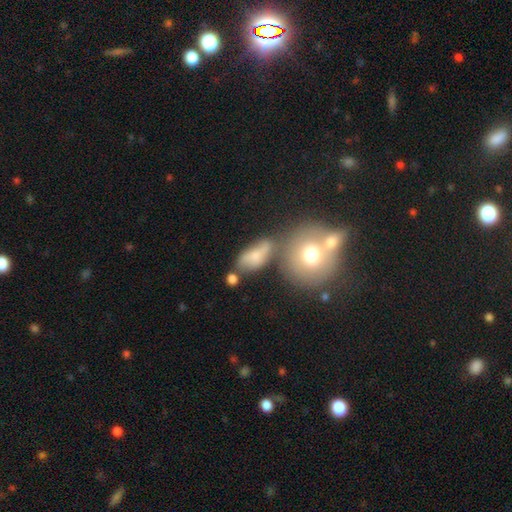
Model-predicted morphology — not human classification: Overall: smooth (60%; featured or disk 29%). How rounded: in between (77%). Merging: none (42%; merger 26%).